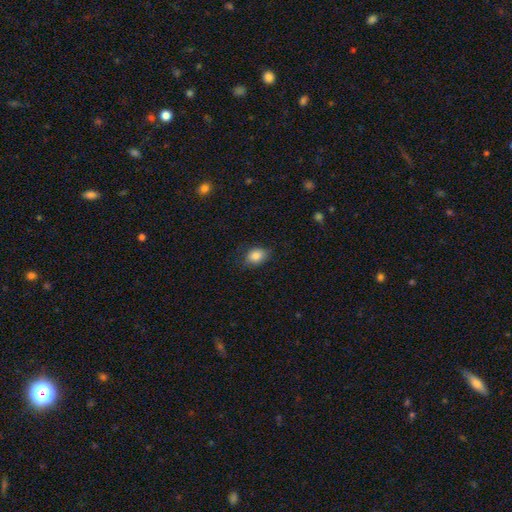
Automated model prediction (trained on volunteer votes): smooth 85%, star or artifact 9%, featured or disk 6%. Down the decision tree: how rounded — in between (64%); merging — none (77%).